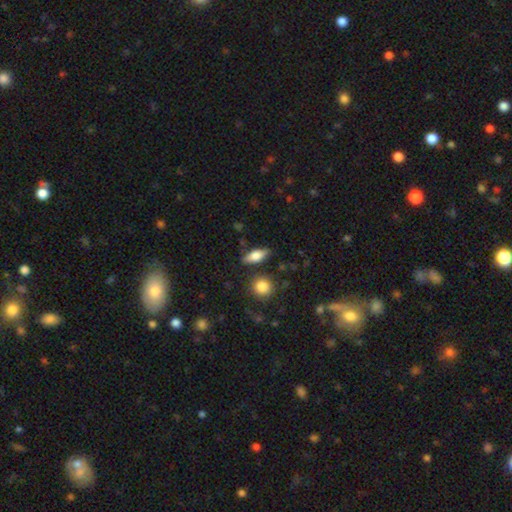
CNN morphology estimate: This is likely a smooth galaxy (73%). How rounded: likely in between (74%). Merging: clearly none (81%).